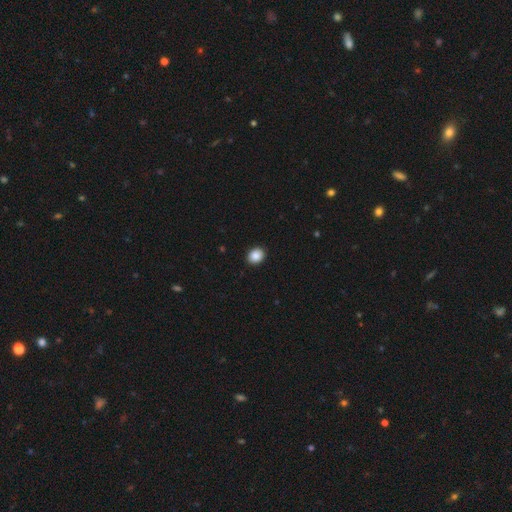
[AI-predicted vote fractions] This appears to be a smooth galaxy with no disk features (88%) that is round (57%). Merging: none (92%).